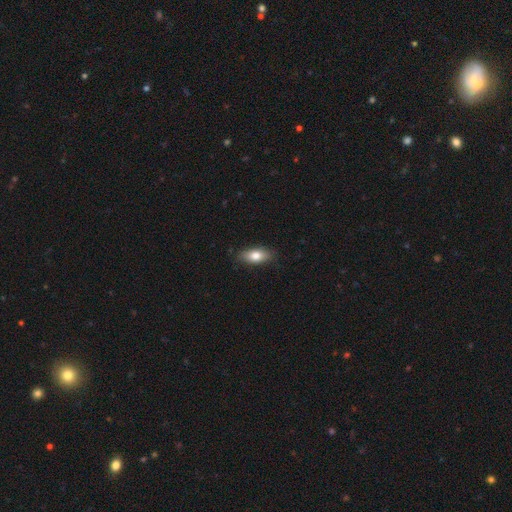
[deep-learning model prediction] Q: Smooth or featured?
A: smooth (79%); runner-up: featured or disk (14%)
Q: How rounded?
A: in between (85%); runner-up: cigar-shaped (11%)
Q: Merging?
A: none (85%); runner-up: minor disturbance (12%)